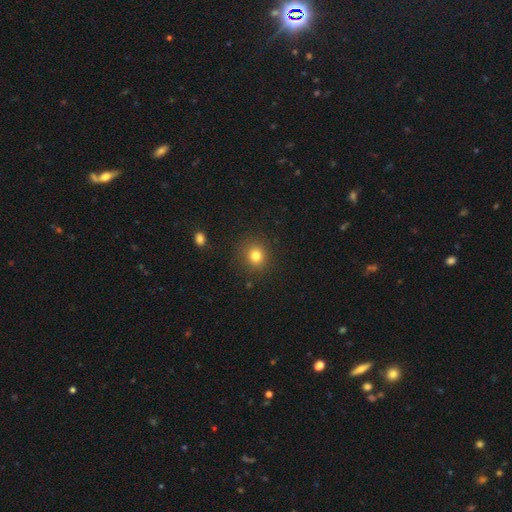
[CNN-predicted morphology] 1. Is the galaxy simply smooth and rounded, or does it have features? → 80% smooth, 13% star or artifact, 7% featured or disk.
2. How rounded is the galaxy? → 86% round, 13% in between, 1% cigar-shaped.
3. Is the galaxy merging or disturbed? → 89% none, 7% minor disturbance, 3% major disturbance, 1% merger.